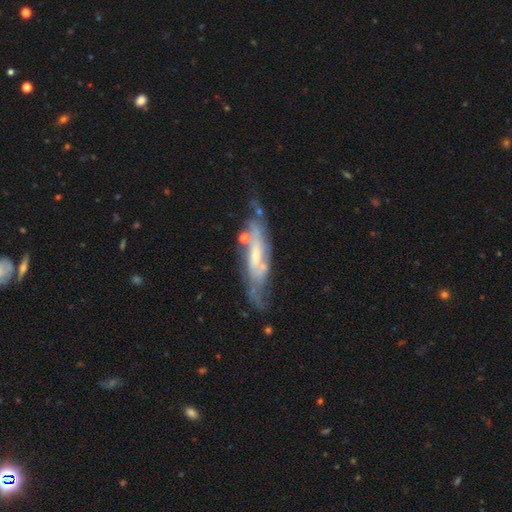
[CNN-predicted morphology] The model was most divided on "merging": none: 54%, minor disturbance: 25%, major disturbance: 15%, merger: 7%. More confident: smooth or featured — featured or disk (76%); edge-on disk — no (66%).